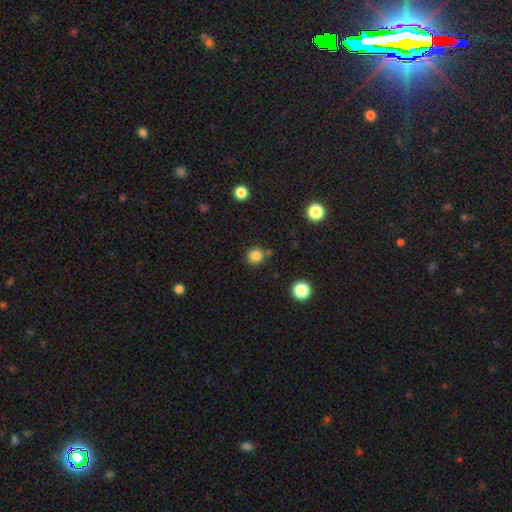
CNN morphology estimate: Q: Smooth or featured?
A: smooth (83%); runner-up: star or artifact (12%)
Q: How rounded?
A: round (91%); runner-up: in between (8%)
Q: Merging?
A: none (82%); runner-up: minor disturbance (9%)